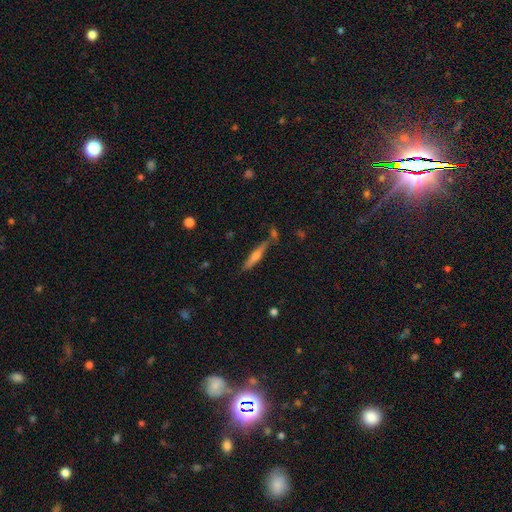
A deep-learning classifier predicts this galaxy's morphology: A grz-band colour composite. It shows a featured or disk galaxy (58%) viewed edge-on (96%) with a rounded central bulge (76%). Merging: none (77%).